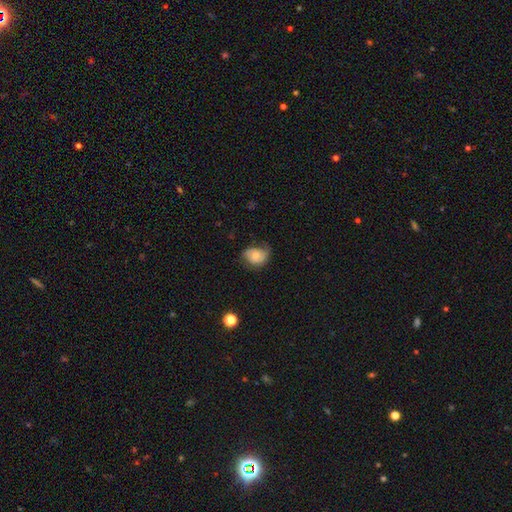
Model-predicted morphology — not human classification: This is possibly a smooth galaxy (55%). How rounded: possibly in between (57%). Merging: possibly none (53%).